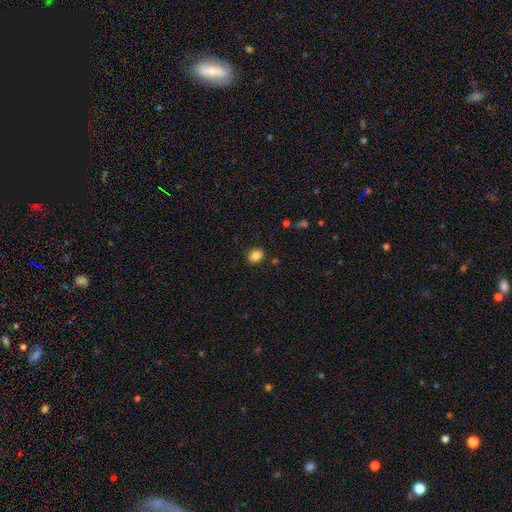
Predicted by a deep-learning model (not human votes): A smooth galaxy with no disk features (85%) that is round (55%).

Vote fractions:
- Smooth or featured? smooth: 85% / star or artifact: 10% / featured or disk: 5%
- How rounded? round: 55% / in between: 45% / cigar-shaped: 1%
- Merging? none: 88% / minor disturbance: 8% / major disturbance: 2% / merger: 2%